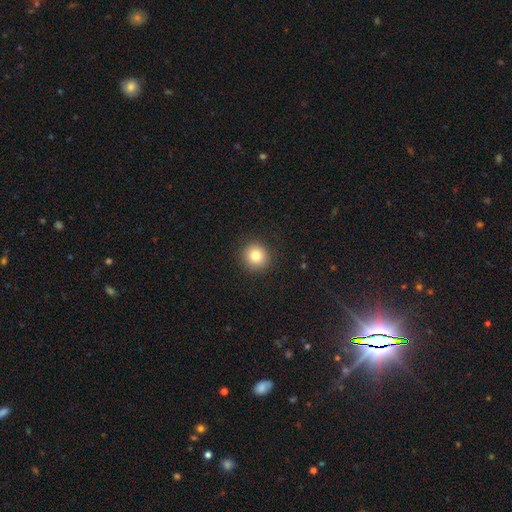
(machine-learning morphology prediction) smooth-or-featured: smooth: 82% | star or artifact: 11% | featured or disk: 7%
  how-rounded: round: 93% | in between: 6% | cigar-shaped: 1%
  merging: none: 91% | minor disturbance: 6% | major disturbance: 2% | merger: 1%